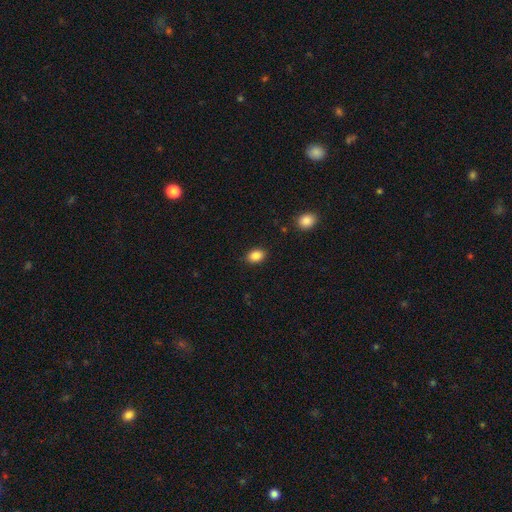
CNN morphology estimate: Smooth or featured? smooth (87%)
How rounded? in between (74%)
Merging? none (88%)